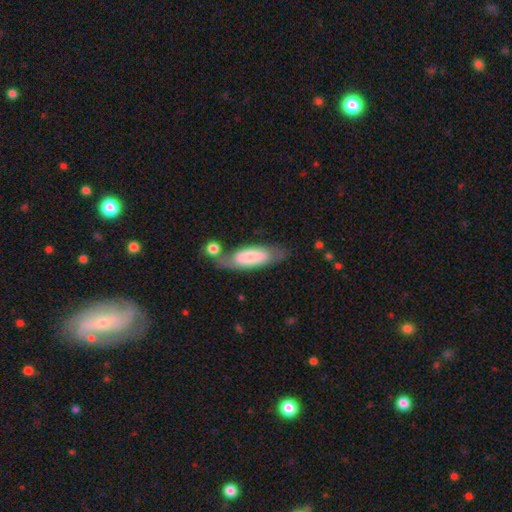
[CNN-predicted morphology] A smooth galaxy with no disk features (64%) that is in between round and cigar-shaped (66%). Merging: none (46%).